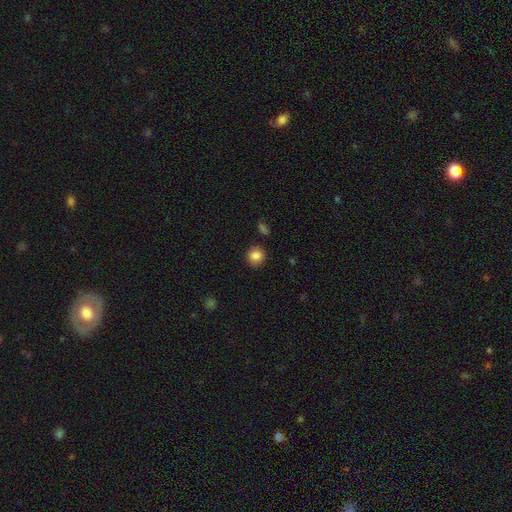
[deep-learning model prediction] Overall: smooth (86%). How rounded: round (88%). Merging: none (89%).